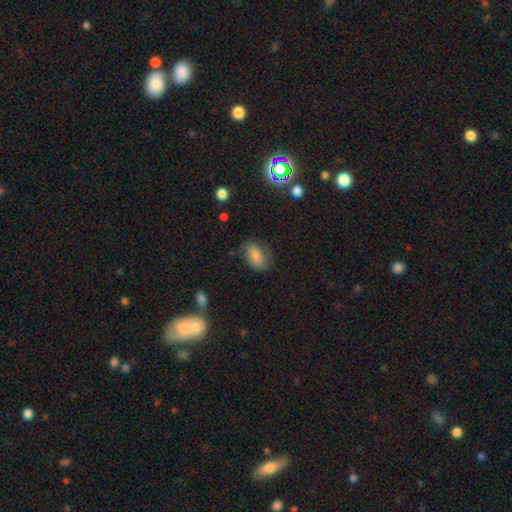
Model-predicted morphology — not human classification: Smooth or featured: smooth — 75% (featured or disk — 17%)
How rounded: in between — 88% (round — 9%)
Merging: none — 64% (minor disturbance — 24%)